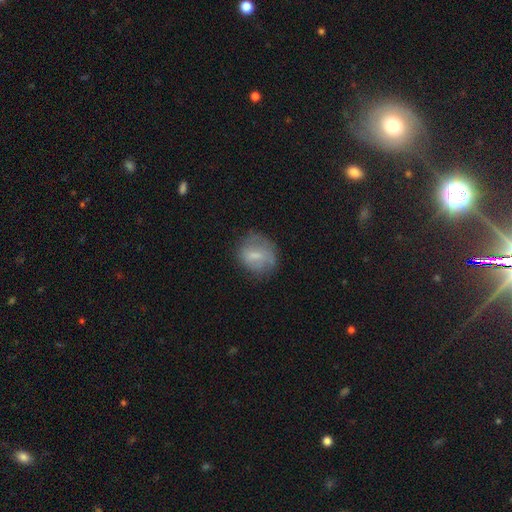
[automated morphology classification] Smooth or featured: smooth — 61% (featured or disk — 31%)
How rounded: round — 66% (in between — 33%)
Merging: none — 63% (minor disturbance — 24%)